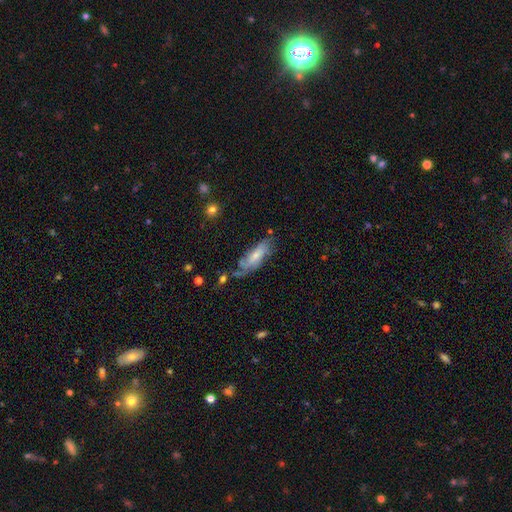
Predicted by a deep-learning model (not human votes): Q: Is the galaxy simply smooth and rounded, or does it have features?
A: featured or disk — 54%.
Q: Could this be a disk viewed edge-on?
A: no — 80%.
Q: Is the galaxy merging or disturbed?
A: none — 49%.